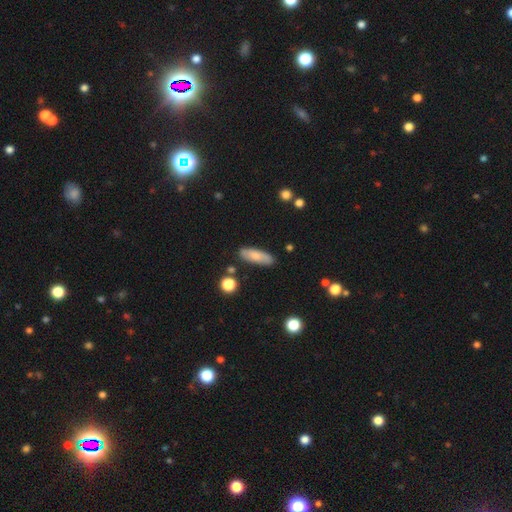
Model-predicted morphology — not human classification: A smooth galaxy with no disk features (75%) that is in between round and cigar-shaped (53%).

Vote fractions:
- Smooth or featured? smooth: 75% / featured or disk: 18% / star or artifact: 7%
- How rounded? in between: 53% / cigar-shaped: 44% / round: 3%
- Merging? none: 82% / minor disturbance: 13% / merger: 3% / major disturbance: 3%